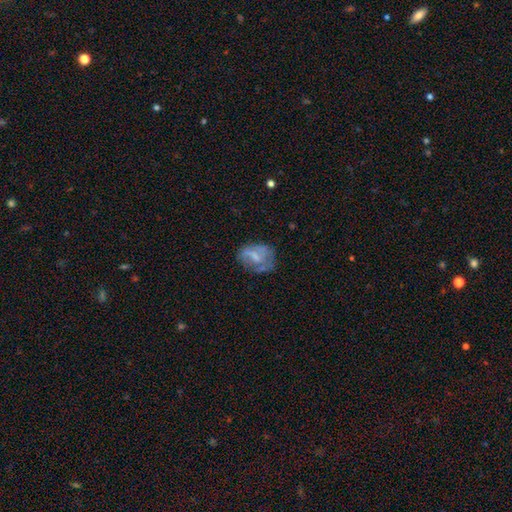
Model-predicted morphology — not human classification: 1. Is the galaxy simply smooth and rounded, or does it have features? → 47% featured or disk, 44% smooth, 9% star or artifact.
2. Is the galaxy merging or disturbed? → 47% none, 28% minor disturbance, 23% major disturbance, 3% merger.